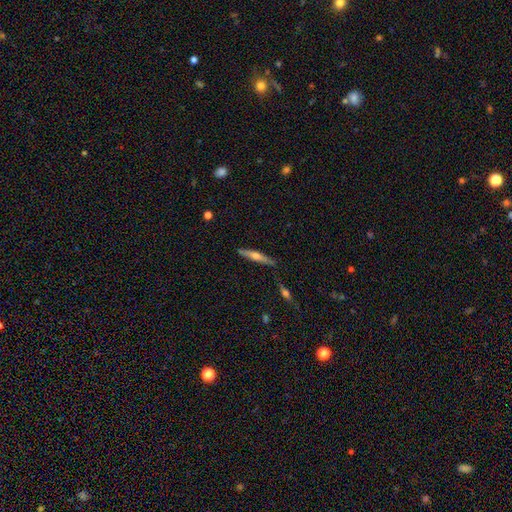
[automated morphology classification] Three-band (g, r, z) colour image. It shows a featured or disk galaxy (52%) viewed edge-on (94%). Merging: none (82%).